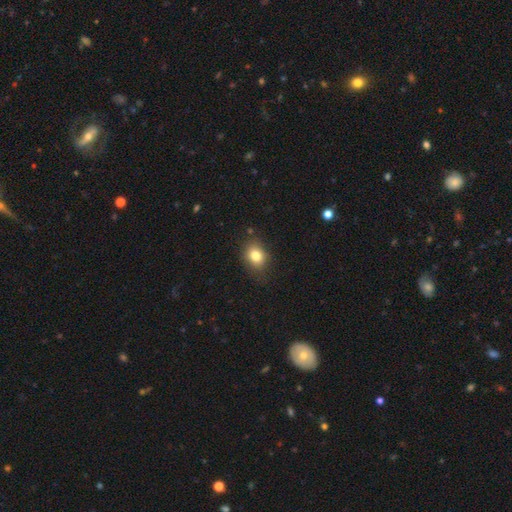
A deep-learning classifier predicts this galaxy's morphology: Smooth or featured: smooth — 80% (star or artifact — 11%)
How rounded: in between — 57% (round — 42%)
Merging: none — 78% (minor disturbance — 16%)